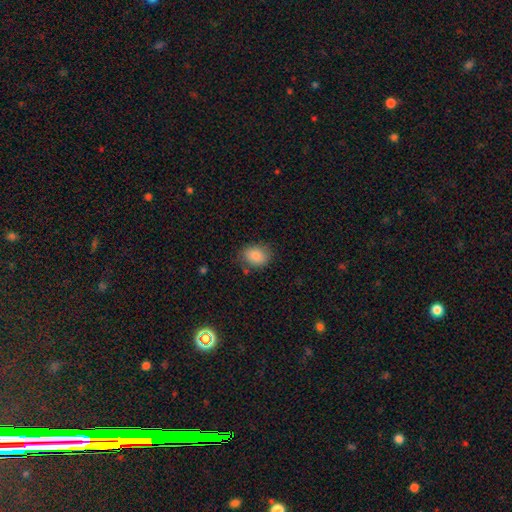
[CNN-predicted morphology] This appears to be a smooth galaxy with no disk features (86%) that is in between round and cigar-shaped (60%). Merging: none (75%).